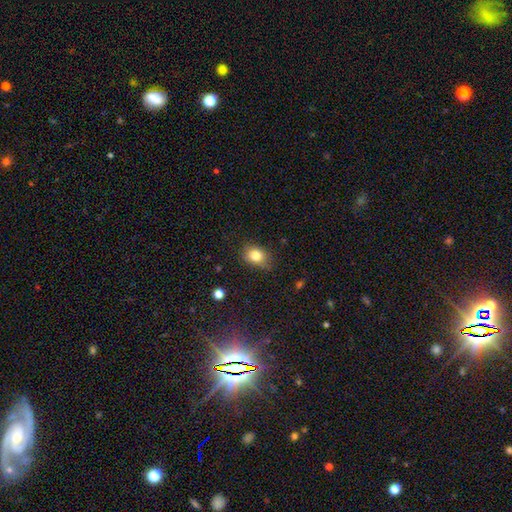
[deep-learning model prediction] smooth-or-featured: smooth: 81% | star or artifact: 10% | featured or disk: 8%
  how-rounded: in between: 63% | round: 36% | cigar-shaped: 1%
  merging: none: 73% | minor disturbance: 22% | major disturbance: 4% | merger: 1%